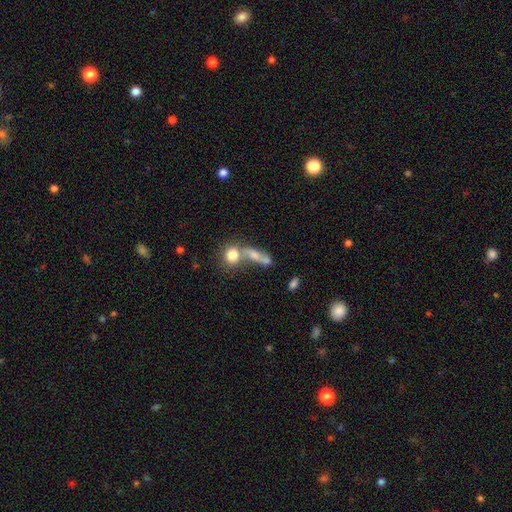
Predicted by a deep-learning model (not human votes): smooth 62%, featured or disk 26%, star or artifact 12%. Down the decision tree: how rounded — in between (42%); merging — merger (46%).